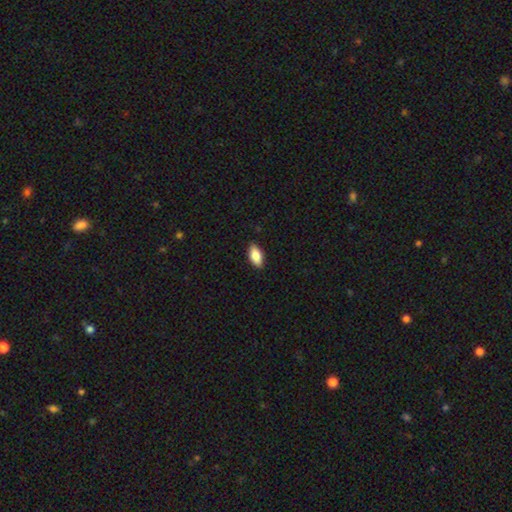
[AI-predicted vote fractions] smooth 84%, featured or disk 9%, star or artifact 7%. Down the decision tree: how rounded — in between (90%); merging — none (88%).